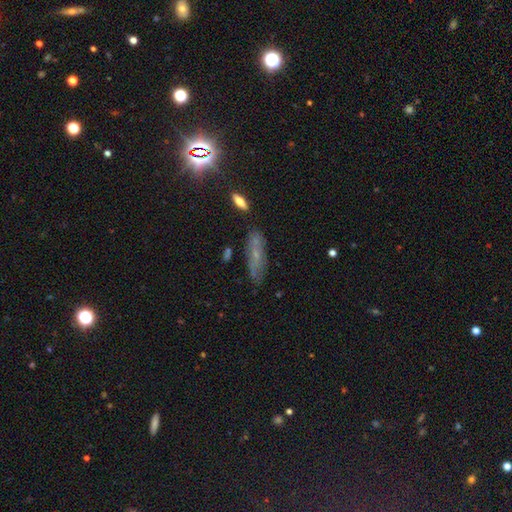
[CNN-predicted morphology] Smooth or featured? Predicted: smooth (p=0.42). Merging? Predicted: none (p=0.71).